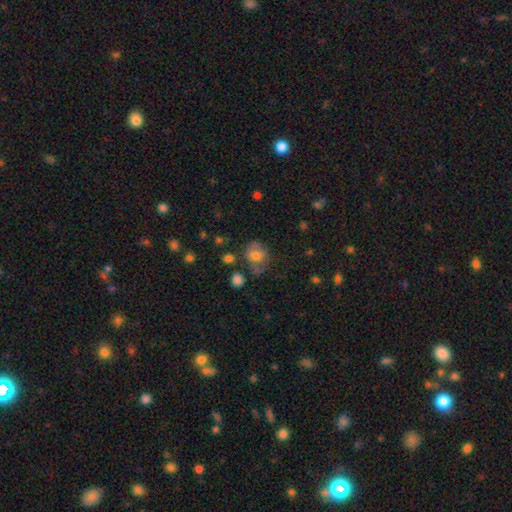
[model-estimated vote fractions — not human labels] A smooth galaxy with no disk features (67%) that is round (57%). Merging: none (54%).